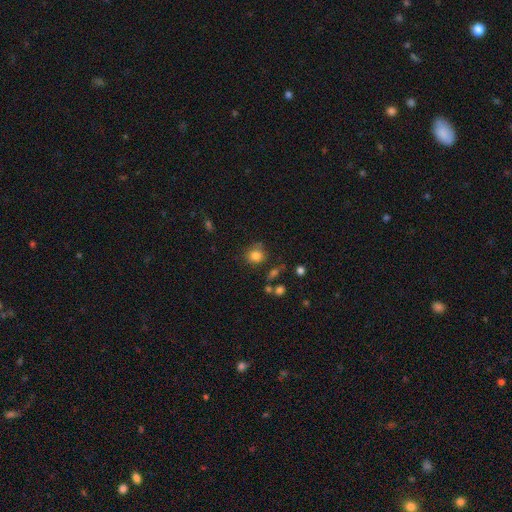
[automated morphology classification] This appears to be a smooth galaxy with no disk features (82%) that is round (78%). Merging: none (72%).